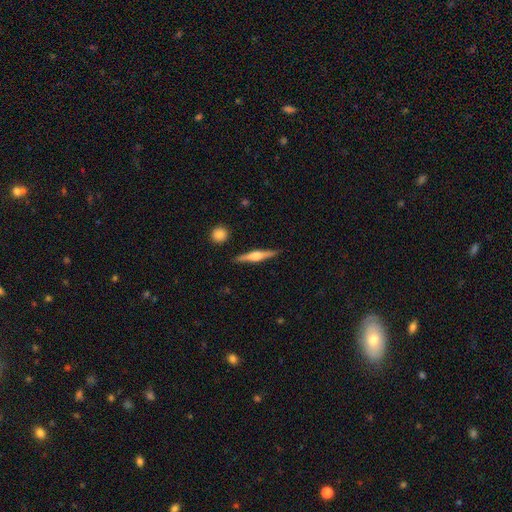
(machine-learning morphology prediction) This appears to be a featured or disk galaxy (67%) viewed edge-on (98%) with a rounded central bulge (81%). Merging: none (89%).